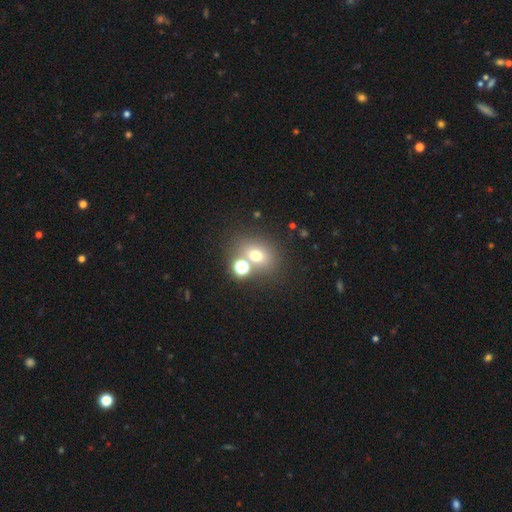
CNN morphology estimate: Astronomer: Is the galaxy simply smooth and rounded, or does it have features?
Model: smooth — 67%.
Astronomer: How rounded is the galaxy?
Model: round — 61% (runner-up: in between, 38%).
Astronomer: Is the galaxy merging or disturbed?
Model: none — 61%.